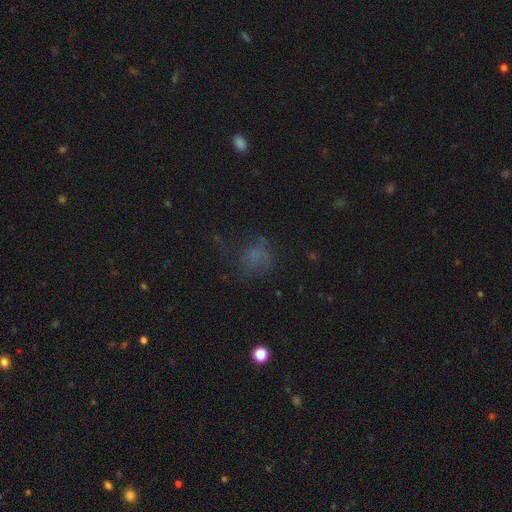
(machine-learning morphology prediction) A smooth galaxy with no disk features (55%) that is round (68%).

Vote fractions:
- Smooth or featured? smooth: 55% / star or artifact: 25% / featured or disk: 20%
- How rounded? round: 68% / in between: 30% / cigar-shaped: 1%
- Merging? none: 50% / major disturbance: 26% / minor disturbance: 21% / merger: 3%